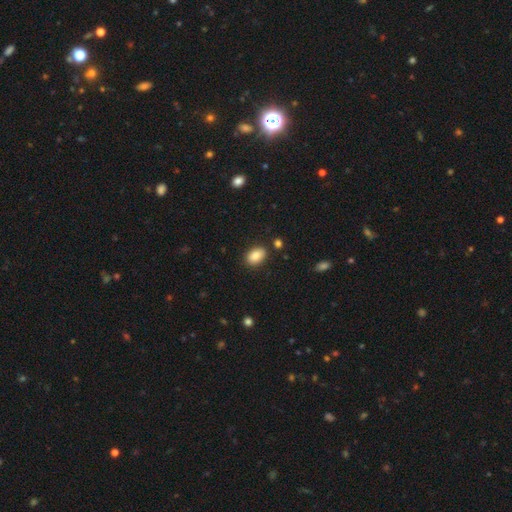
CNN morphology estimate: Overall: smooth (87%). How rounded: in between (87%). Merging: none (86%).